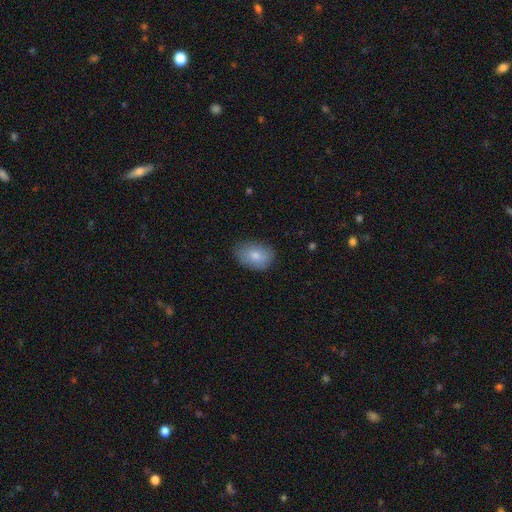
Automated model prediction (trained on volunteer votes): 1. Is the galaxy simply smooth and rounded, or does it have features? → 80% smooth, 14% featured or disk, 7% star or artifact.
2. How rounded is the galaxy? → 84% in between, 14% round, 1% cigar-shaped.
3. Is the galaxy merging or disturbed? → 75% none, 20% minor disturbance, 4% major disturbance, 1% merger.